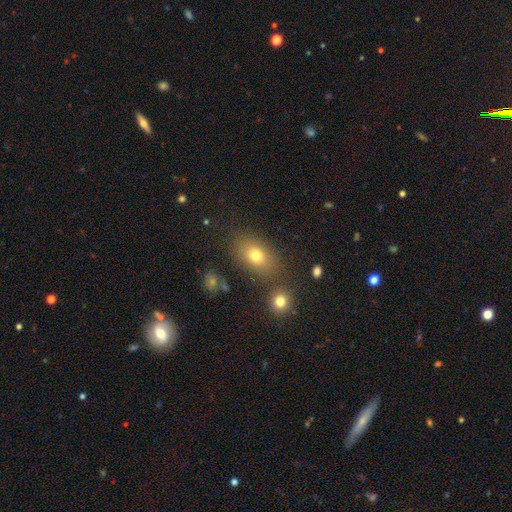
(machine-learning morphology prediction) This appears to be a smooth galaxy with no disk features (74%) that is in between round and cigar-shaped (76%). Merging: none (76%).